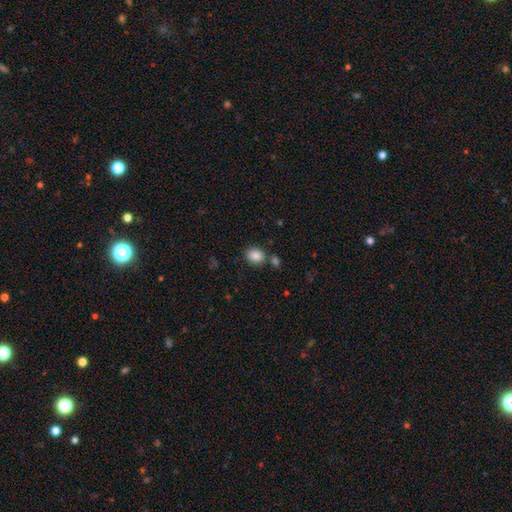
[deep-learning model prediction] Smooth or featured: smooth — 87% (star or artifact — 9%)
How rounded: in between — 57% (round — 42%)
Merging: none — 73% (merger — 13%)